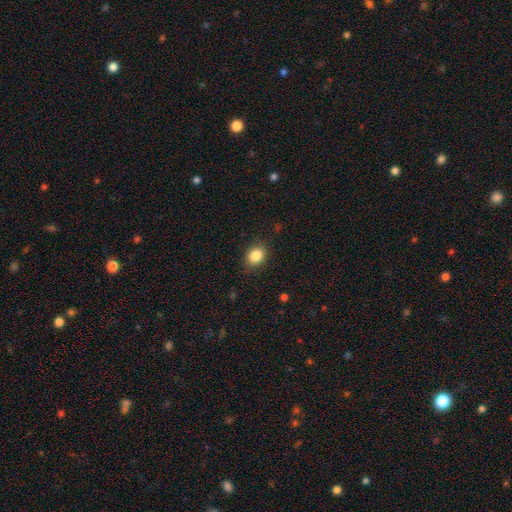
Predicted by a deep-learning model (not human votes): This appears to be a smooth galaxy with no disk features (86%) that is round (50%). Merging: none (86%).